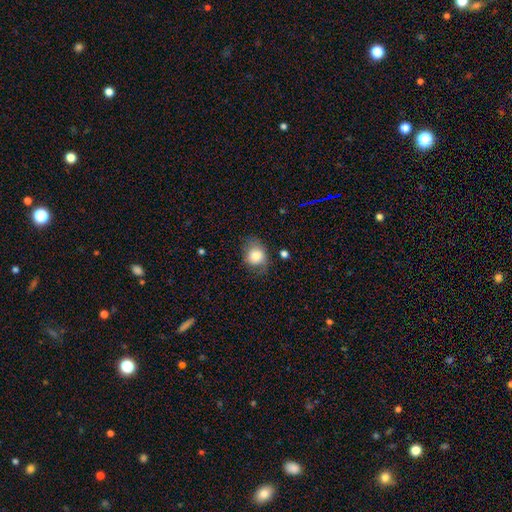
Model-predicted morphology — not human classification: smooth-or-featured: smooth: 75% | featured or disk: 16% | star or artifact: 9%
  how-rounded: round: 61% | in between: 38% | cigar-shaped: 1%
  merging: none: 59% | minor disturbance: 26% | major disturbance: 13% | merger: 2%